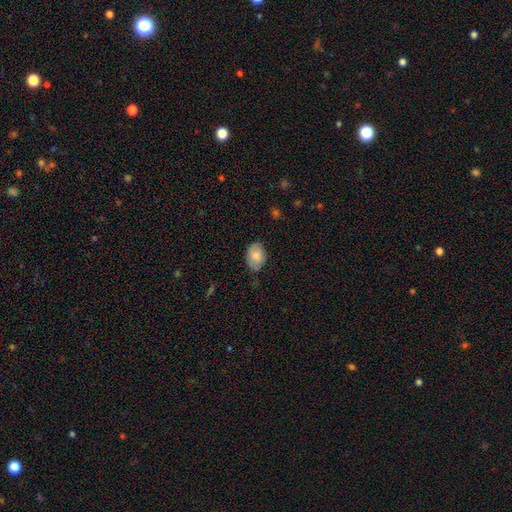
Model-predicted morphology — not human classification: Overall: smooth (80%). How rounded: in between (85%). Merging: none (73%).